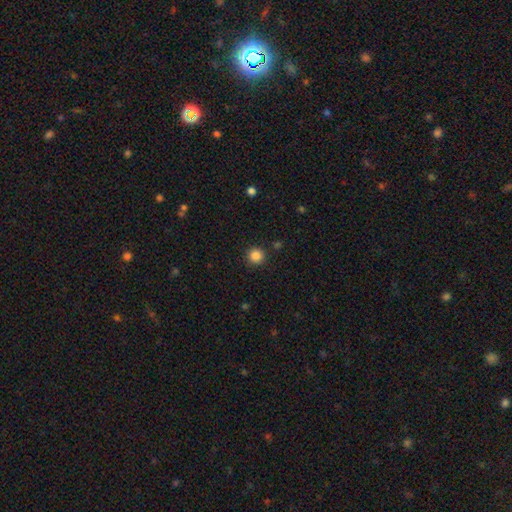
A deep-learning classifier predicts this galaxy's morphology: The model was most divided on "smooth or featured": smooth: 86%, star or artifact: 11%, featured or disk: 3%. More confident: how rounded — round (94%); merging — none (90%).